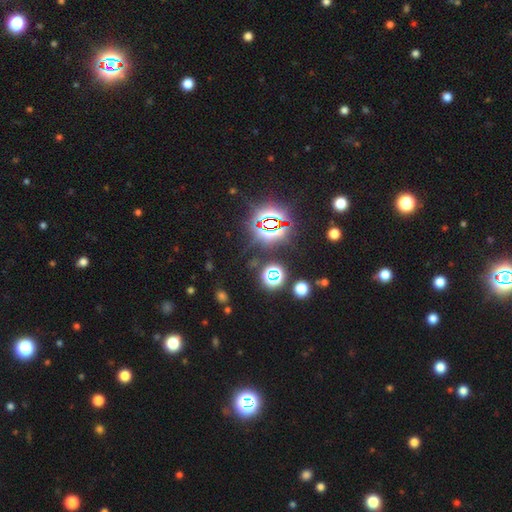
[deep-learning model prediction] Smooth or featured?
  - star or artifact: 82% *
  - smooth: 11%
  - featured or disk: 7%